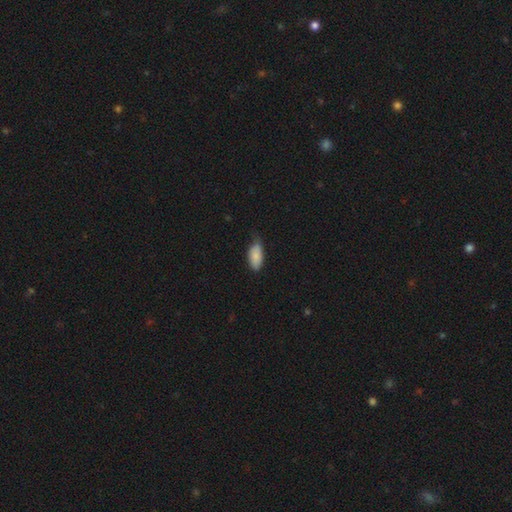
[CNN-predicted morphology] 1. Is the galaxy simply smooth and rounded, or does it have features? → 86% smooth, 8% featured or disk, 6% star or artifact.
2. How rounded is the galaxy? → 91% in between, 7% cigar-shaped, 2% round.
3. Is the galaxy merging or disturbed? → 56% none, 37% minor disturbance, 5% major disturbance, 1% merger.